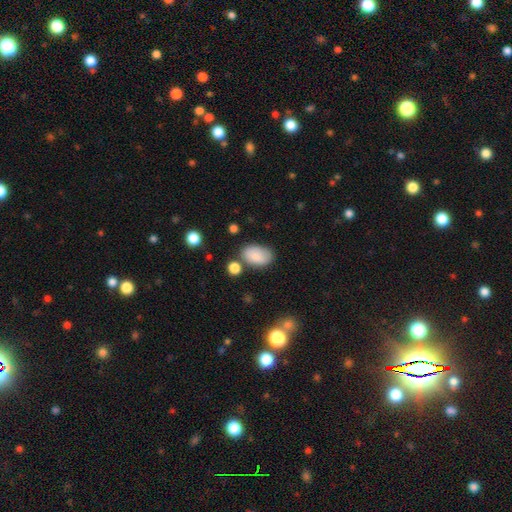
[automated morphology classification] Overall: smooth (81%). How rounded: in between (90%). Merging: none (67%).